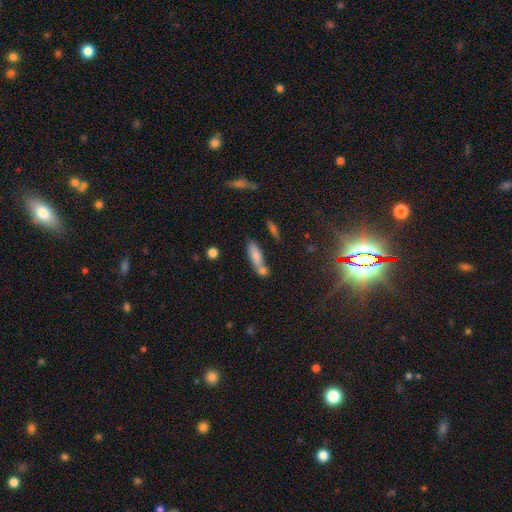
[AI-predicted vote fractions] Smooth or featured?
  - smooth: 76% *
  - featured or disk: 15%
  - star or artifact: 9%
How rounded?
  - cigar-shaped: 50% *
  - in between: 47%
  - round: 3%
Merging?
  - none: 42% *
  - merger: 38%
  - minor disturbance: 14%
  - major disturbance: 5%